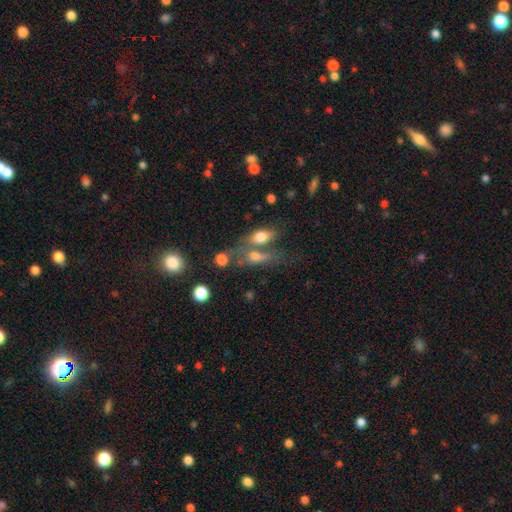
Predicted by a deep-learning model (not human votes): Smooth or featured?
  - smooth: 59% *
  - featured or disk: 26%
  - star or artifact: 14%
How rounded?
  - in between: 67% *
  - cigar-shaped: 18%
  - round: 15%
Merging?
  - merger: 41% *
  - none: 36%
  - minor disturbance: 13%
  - major disturbance: 10%